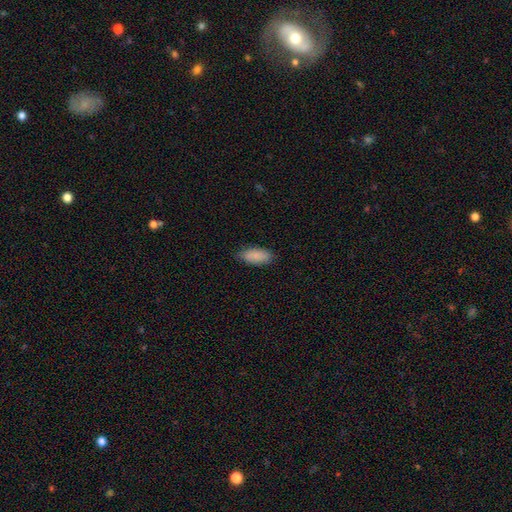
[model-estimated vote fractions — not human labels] Smooth or featured? Predicted: smooth (p=0.87). How rounded? Predicted: in between (p=0.86). Merging? Predicted: none (p=0.81).